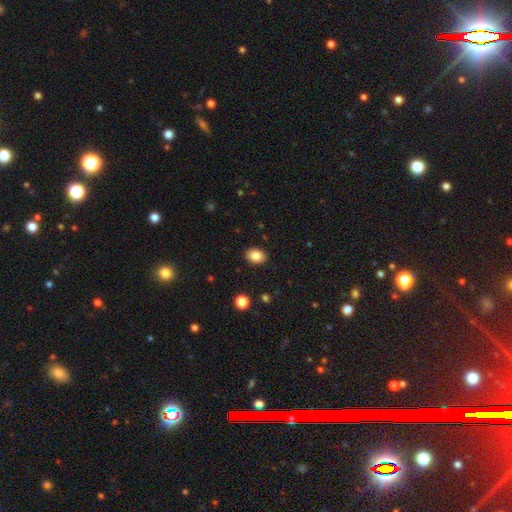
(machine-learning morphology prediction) A smooth galaxy with no disk features (85%) that is in between round and cigar-shaped (75%). Merging: none (89%).